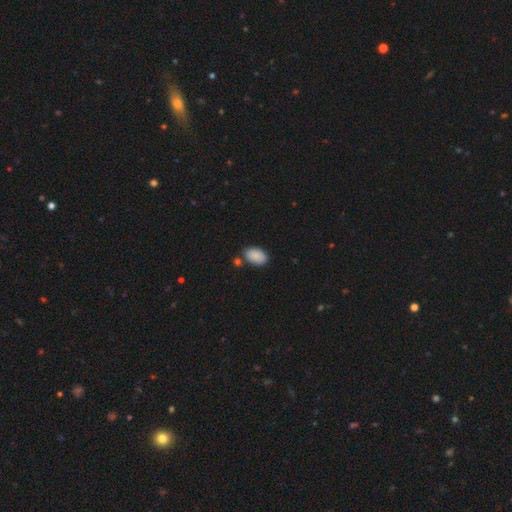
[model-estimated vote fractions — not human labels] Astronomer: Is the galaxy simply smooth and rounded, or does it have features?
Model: smooth — 88%.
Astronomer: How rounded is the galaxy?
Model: in between — 92%.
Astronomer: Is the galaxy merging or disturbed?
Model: none — 73%.